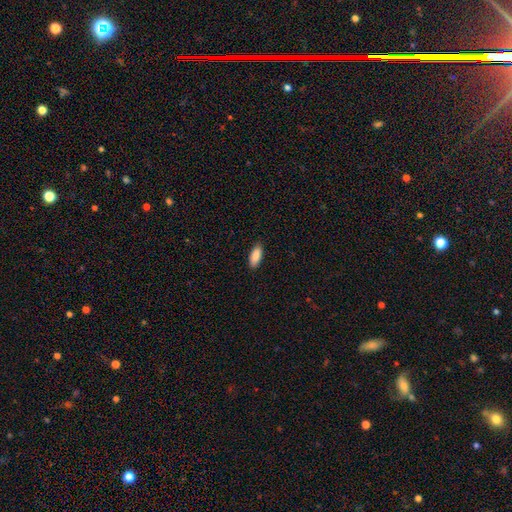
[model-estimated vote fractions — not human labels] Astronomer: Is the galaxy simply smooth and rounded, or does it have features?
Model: smooth — 90%.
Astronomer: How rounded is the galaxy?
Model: in between — 81%.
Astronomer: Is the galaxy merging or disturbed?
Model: none — 88%.